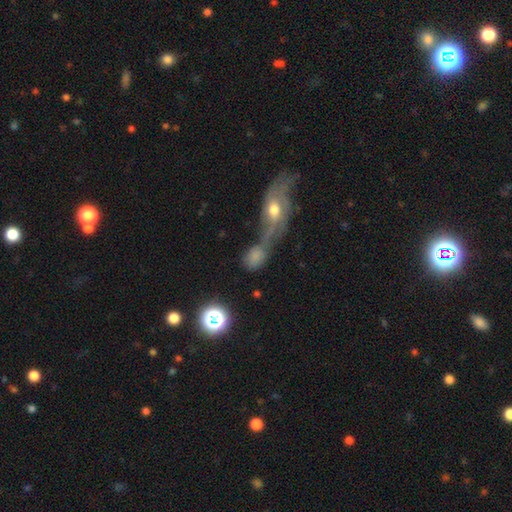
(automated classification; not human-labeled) A smooth galaxy with no disk features (65%) that is in between round and cigar-shaped (71%).

Vote fractions:
- Smooth or featured? smooth: 65% / featured or disk: 19% / star or artifact: 16%
- How rounded? in between: 71% / round: 24% / cigar-shaped: 5%
- Merging? merger: 57% / none: 25% / minor disturbance: 9% / major disturbance: 9%